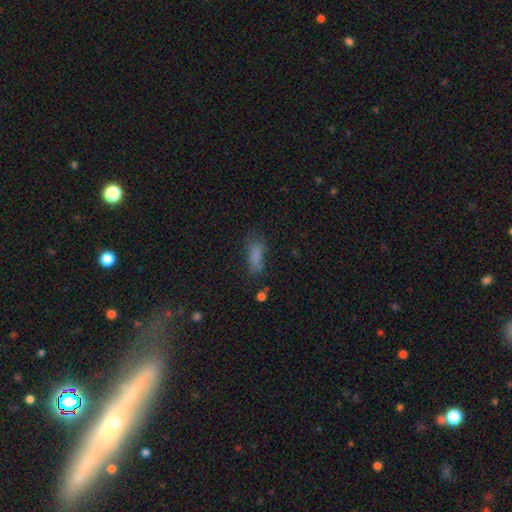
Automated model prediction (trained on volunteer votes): This appears to be a smooth galaxy with no disk features (75%) that is in between round and cigar-shaped (66%). Merging: none (52%).